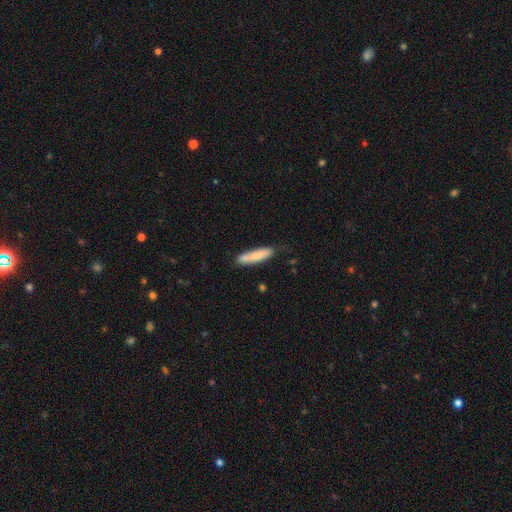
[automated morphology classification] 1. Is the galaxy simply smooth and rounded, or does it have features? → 77% smooth, 17% featured or disk, 6% star or artifact.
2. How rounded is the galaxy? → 77% cigar-shaped, 21% in between, 1% round.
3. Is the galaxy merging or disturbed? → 68% none, 20% minor disturbance, 8% merger, 4% major disturbance.